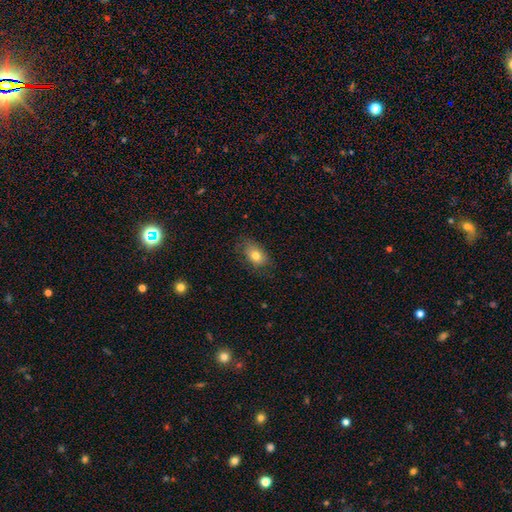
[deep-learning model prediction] Morphology: type=smooth (77%); roundness=in between (84%); merging=none (73%).